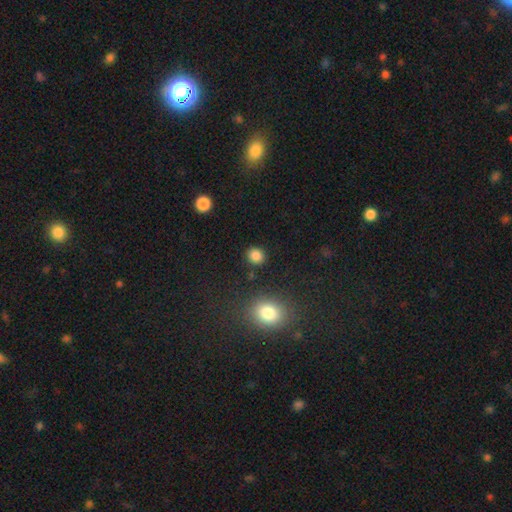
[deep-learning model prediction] Overall: smooth (85%). How rounded: round (76%). Merging: none (87%).